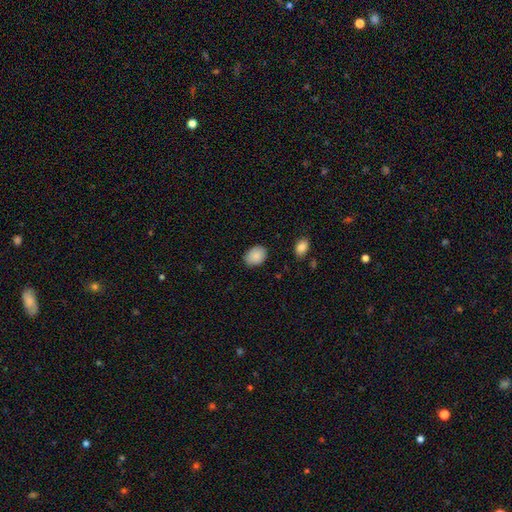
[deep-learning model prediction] Smooth or featured: smooth — 88% (star or artifact — 7%)
How rounded: in between — 70% (round — 29%)
Merging: none — 83% (minor disturbance — 12%)